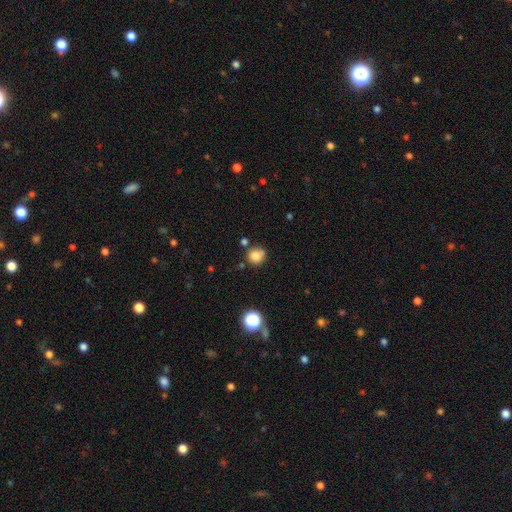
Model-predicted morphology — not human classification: Smooth or featured? Predicted: smooth (p=0.80). How rounded? Predicted: round (p=0.87). Merging? Predicted: none (p=0.69).